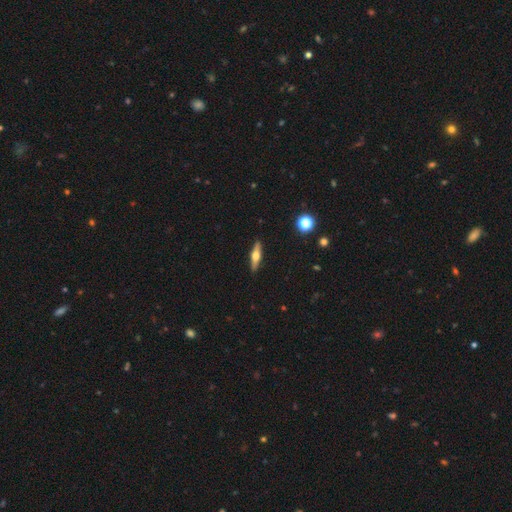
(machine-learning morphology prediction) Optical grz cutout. It shows a featured or disk galaxy (57%) viewed edge-on (94%) with a rounded central bulge (94%). Merging: none (91%).